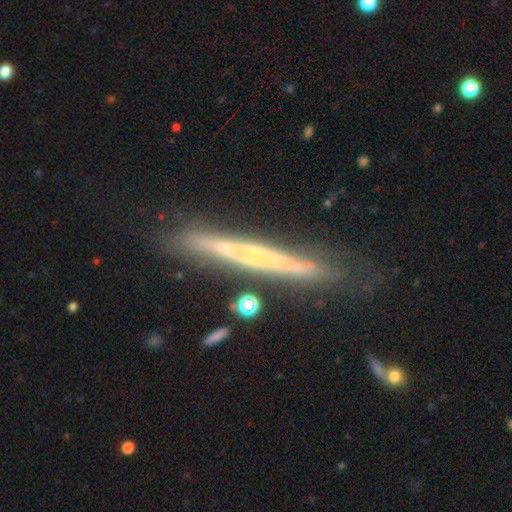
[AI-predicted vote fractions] smooth_or_featured: featured or disk (p=0.72) [alt: smooth p=0.22]
disk_edge_on: yes (p=0.94) [alt: no p=0.06]
edge_on_bulge: none (p=0.62) [alt: rounded p=0.33]
merging: none (p=0.76) [alt: minor disturbance p=0.17]